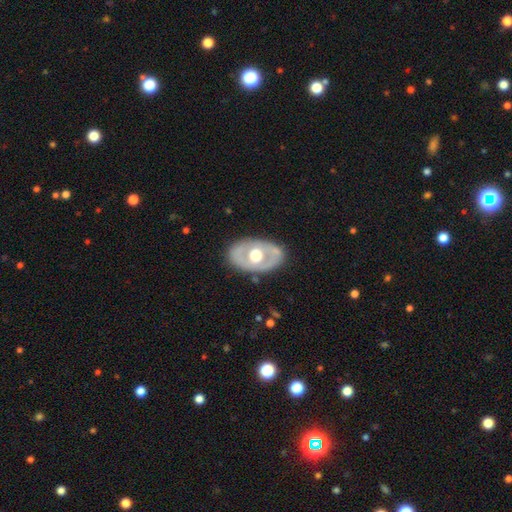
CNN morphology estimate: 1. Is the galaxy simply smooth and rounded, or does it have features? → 59% featured or disk, 36% smooth, 5% star or artifact.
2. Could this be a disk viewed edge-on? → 90% no, 10% yes.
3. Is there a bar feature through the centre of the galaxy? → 85% no, 12% weak, 4% strong.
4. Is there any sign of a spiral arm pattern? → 85% no, 15% yes.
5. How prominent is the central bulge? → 59% moderate, 36% large, 3% small, 2% dominant, 1% none.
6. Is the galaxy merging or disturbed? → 80% none, 14% minor disturbance, 5% major disturbance, 1% merger.